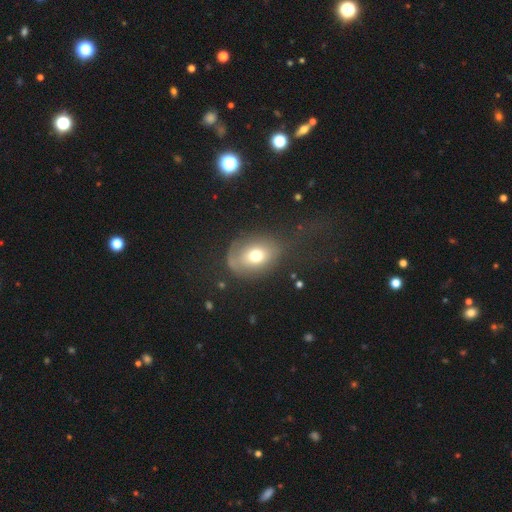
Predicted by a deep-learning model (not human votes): smooth-or-featured: smooth: 65% | featured or disk: 23% | star or artifact: 11%
  how-rounded: in between: 63% | round: 36% | cigar-shaped: 1%
  merging: none: 57% | minor disturbance: 22% | major disturbance: 18% | merger: 3%